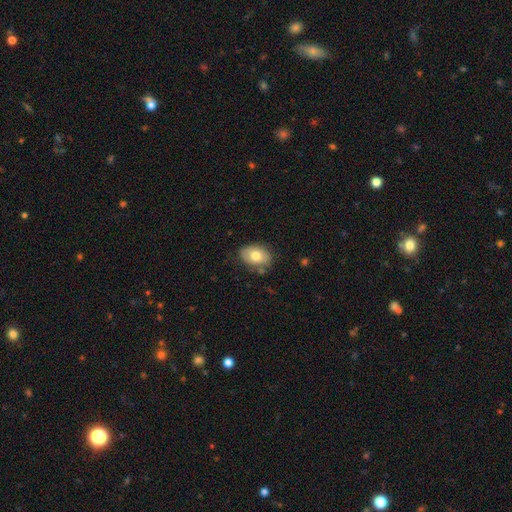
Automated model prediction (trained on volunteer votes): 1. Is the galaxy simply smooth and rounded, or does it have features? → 76% smooth, 17% featured or disk, 7% star or artifact.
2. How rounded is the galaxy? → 82% in between, 16% round, 1% cigar-shaped.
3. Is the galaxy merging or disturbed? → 77% none, 17% minor disturbance, 3% major disturbance, 3% merger.